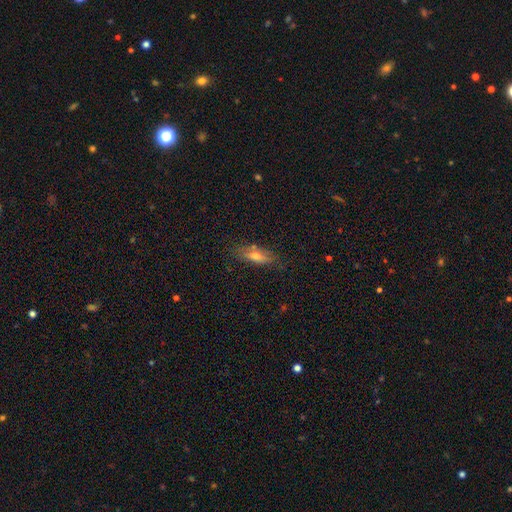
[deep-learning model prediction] A smooth galaxy with no disk features (55%) that is in between round and cigar-shaped (53%). Merging: none (78%).